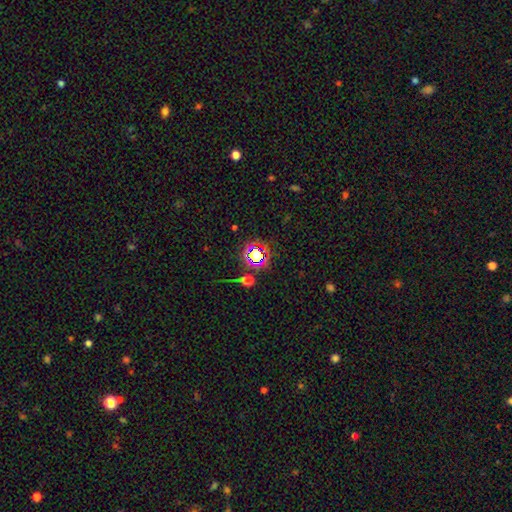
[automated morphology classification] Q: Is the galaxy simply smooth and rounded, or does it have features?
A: star or artifact — 65%.